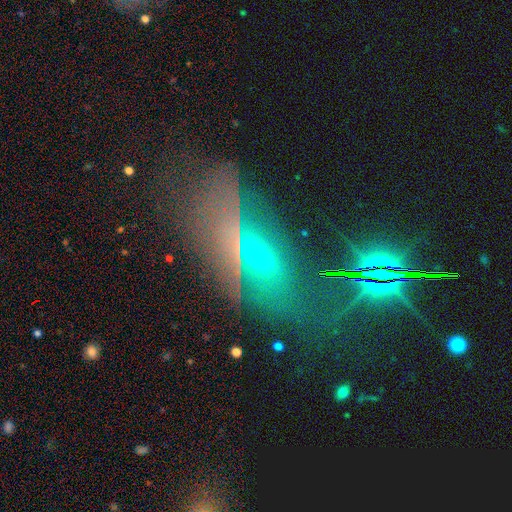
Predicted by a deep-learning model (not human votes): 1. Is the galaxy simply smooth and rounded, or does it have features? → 42% featured or disk, 35% star or artifact, 23% smooth.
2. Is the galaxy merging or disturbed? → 55% none, 20% minor disturbance, 17% major disturbance, 8% merger.